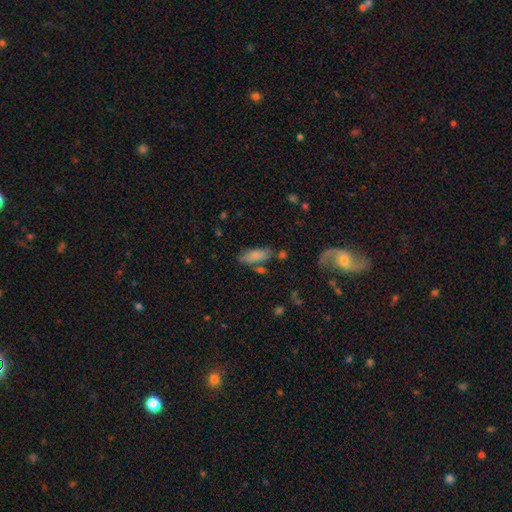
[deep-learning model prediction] Overall: smooth (80%). How rounded: in between (76%). Merging: none (68%).